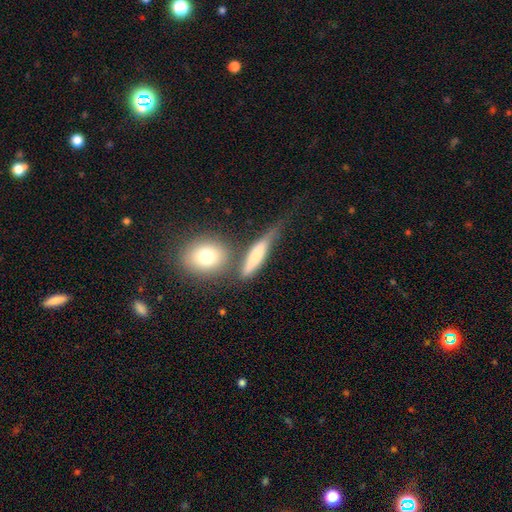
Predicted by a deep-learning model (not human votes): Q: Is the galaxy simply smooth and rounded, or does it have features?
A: smooth — 64%.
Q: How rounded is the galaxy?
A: cigar-shaped — 66%.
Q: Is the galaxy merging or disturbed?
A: none — 51%.